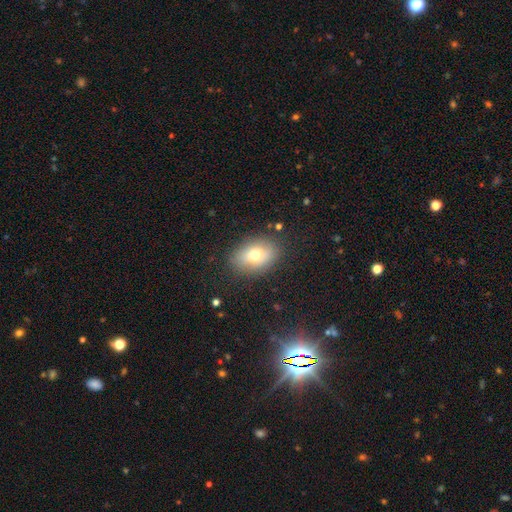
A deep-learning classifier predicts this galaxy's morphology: Q: Smooth or featured?
A: smooth (72%); runner-up: featured or disk (18%)
Q: How rounded?
A: in between (79%); runner-up: round (20%)
Q: Merging?
A: none (84%); runner-up: minor disturbance (11%)